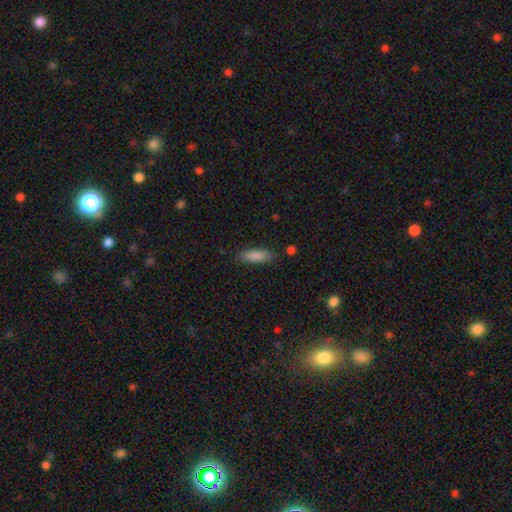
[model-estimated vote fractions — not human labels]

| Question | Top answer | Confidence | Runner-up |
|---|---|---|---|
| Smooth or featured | smooth | 87% | featured or disk (7%) |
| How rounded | in between | 56% | cigar-shaped (42%) |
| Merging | none | 83% | minor disturbance (12%) |